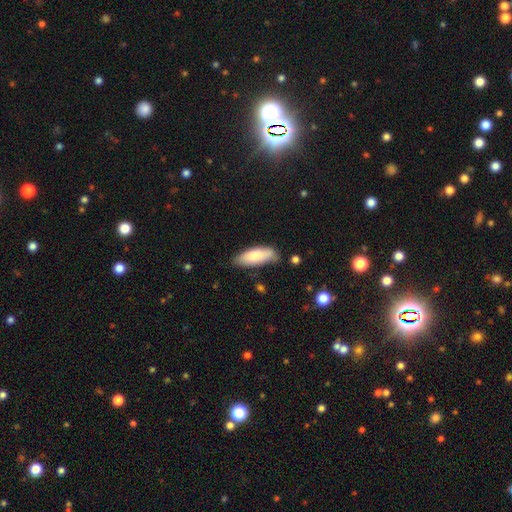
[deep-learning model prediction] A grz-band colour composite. It shows a smooth galaxy with no disk features (81%) that is in between round and cigar-shaped (70%). Merging: none (71%).